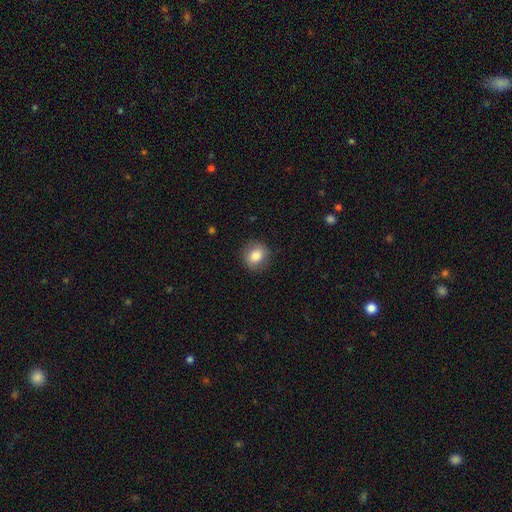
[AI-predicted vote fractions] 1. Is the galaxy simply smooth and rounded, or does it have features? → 83% smooth, 9% star or artifact, 8% featured or disk.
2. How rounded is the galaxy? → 77% round, 22% in between, 1% cigar-shaped.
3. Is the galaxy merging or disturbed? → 88% none, 9% minor disturbance, 3% major disturbance, 1% merger.